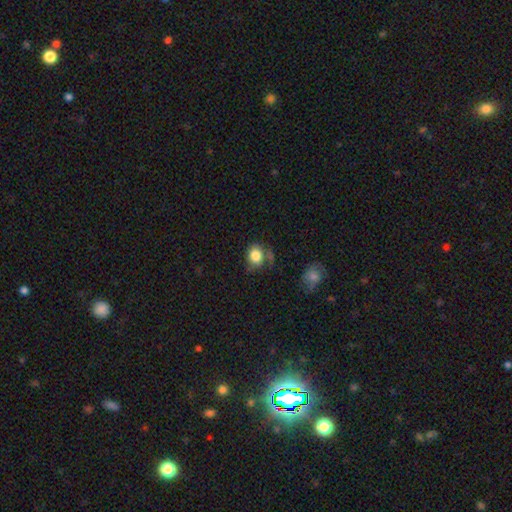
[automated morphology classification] A smooth galaxy with no disk features (84%) that is round (60%).

Vote fractions:
- Smooth or featured? smooth: 84% / star or artifact: 9% / featured or disk: 8%
- How rounded? round: 60% / in between: 39% / cigar-shaped: 1%
- Merging? none: 59% / minor disturbance: 23% / merger: 9% / major disturbance: 9%